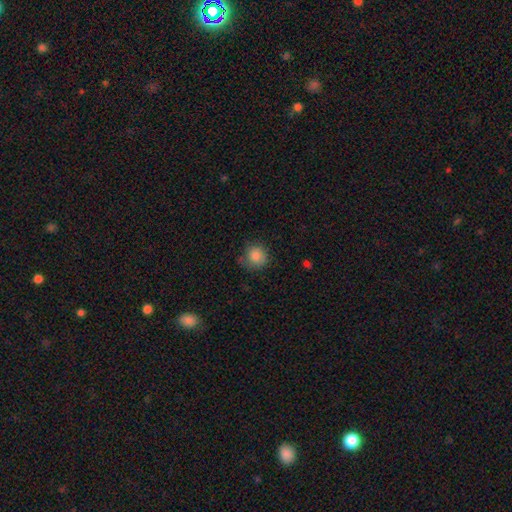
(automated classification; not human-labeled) smooth 84%, star or artifact 9%, featured or disk 6%. Down the decision tree: how rounded — round (88%); merging — none (69%).